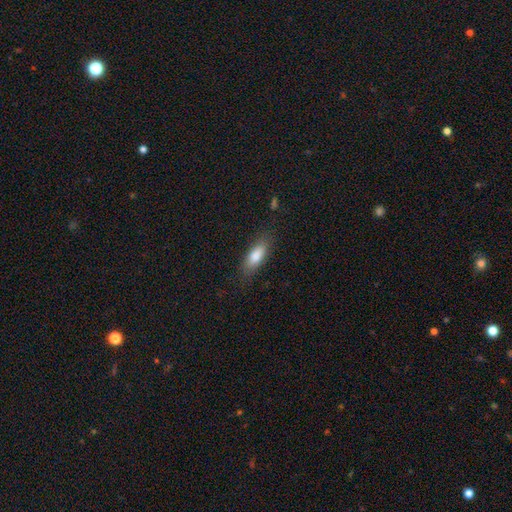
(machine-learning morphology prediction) Smooth or featured: smooth — 80% (featured or disk — 13%)
How rounded: in between — 63% (cigar-shaped — 35%)
Merging: none — 80% (minor disturbance — 14%)